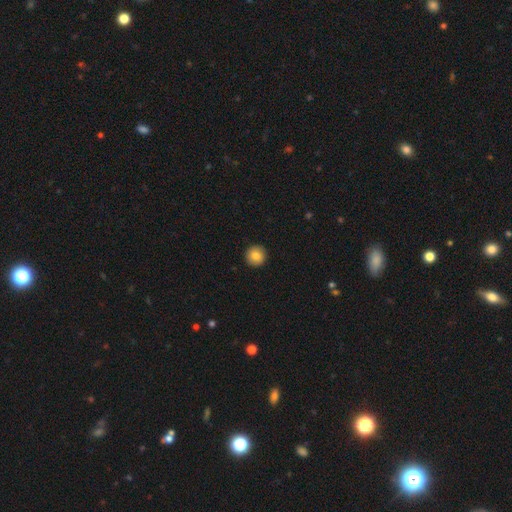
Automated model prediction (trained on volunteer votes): smooth_or_featured: smooth (p=0.82) [alt: featured or disk p=0.10]
how_rounded: round (p=0.95) [alt: in between p=0.04]
merging: none (p=0.92) [alt: minor disturbance p=0.06]